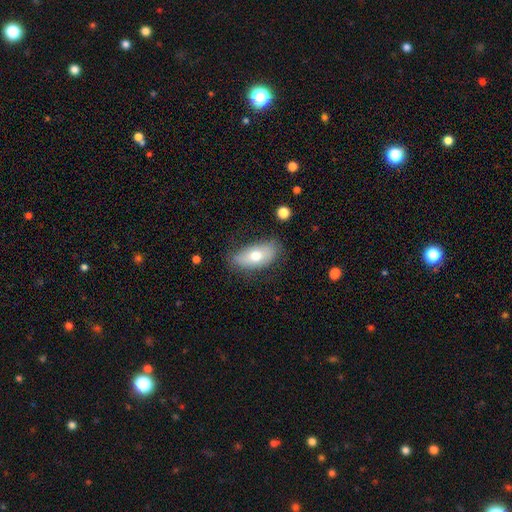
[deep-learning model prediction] The model was most divided on "smooth or featured": smooth: 69%, featured or disk: 24%, star or artifact: 7%. More confident: how rounded — in between (91%); merging — none (72%).